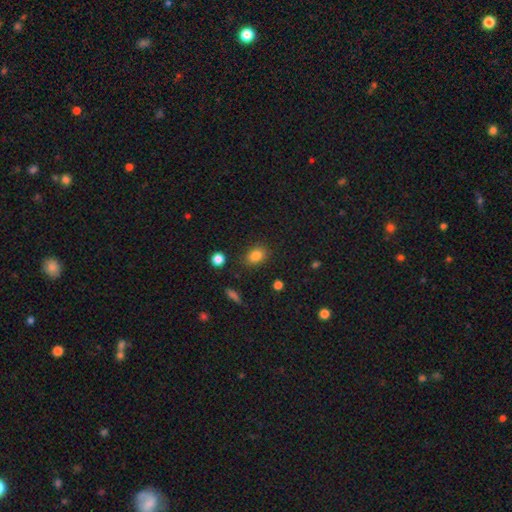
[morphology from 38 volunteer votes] Smooth or featured: smooth — 92% (featured or disk — 8%)
How rounded: in between — 77% (round — 20%)
Merging: none — 74% (minor disturbance — 18%)